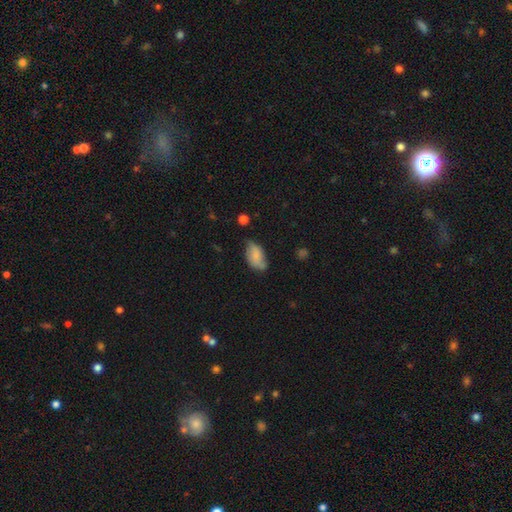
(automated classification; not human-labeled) smooth 75%, featured or disk 17%, star or artifact 8%. Down the decision tree: how rounded — in between (93%); merging — none (52%).